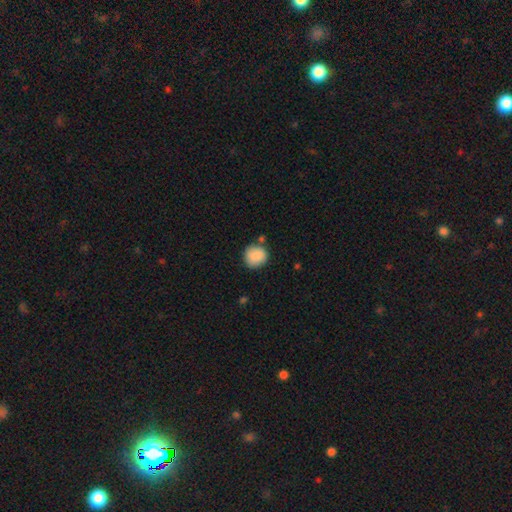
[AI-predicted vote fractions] This is clearly a smooth galaxy (88%). How rounded: clearly round (86%). Merging: likely none (74%).